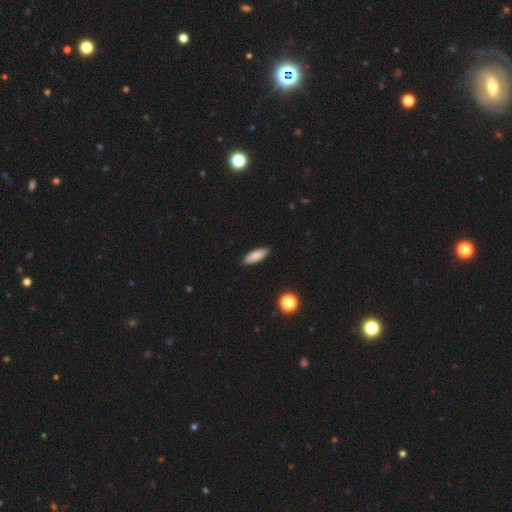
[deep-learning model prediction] A smooth galaxy with no disk features (86%) that is in between round and cigar-shaped (64%). Merging: none (89%).